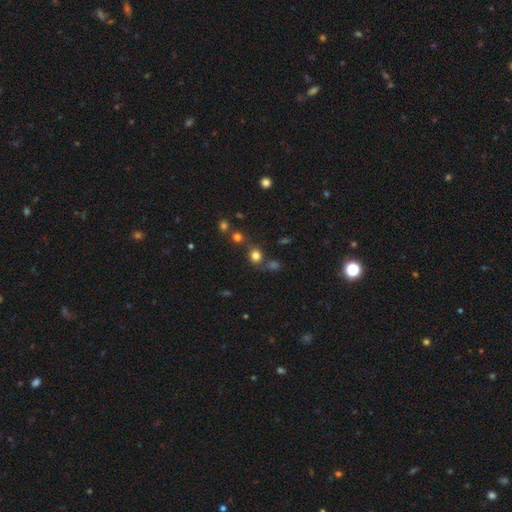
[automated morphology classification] type=smooth (74%); roundness=round (83%); merging=none (68%).